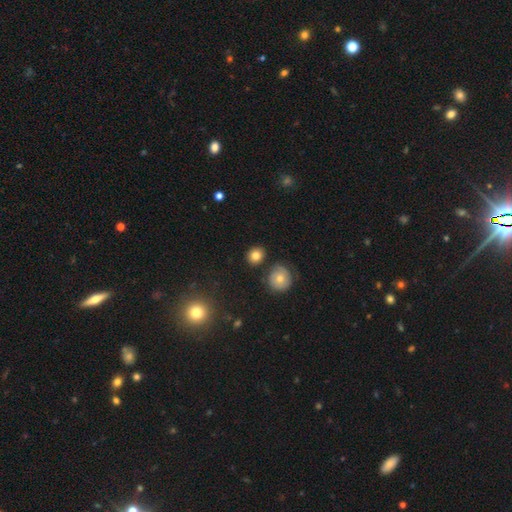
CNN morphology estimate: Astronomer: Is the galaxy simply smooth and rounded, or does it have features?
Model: smooth — 82%.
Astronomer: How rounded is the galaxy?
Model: round — 77%.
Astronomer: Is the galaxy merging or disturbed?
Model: none — 84%.